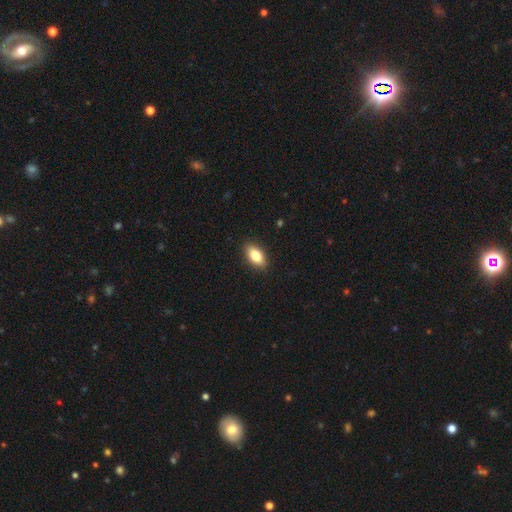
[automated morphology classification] smooth 81%, featured or disk 11%, star or artifact 7%. Down the decision tree: how rounded — in between (88%); merging — none (89%).